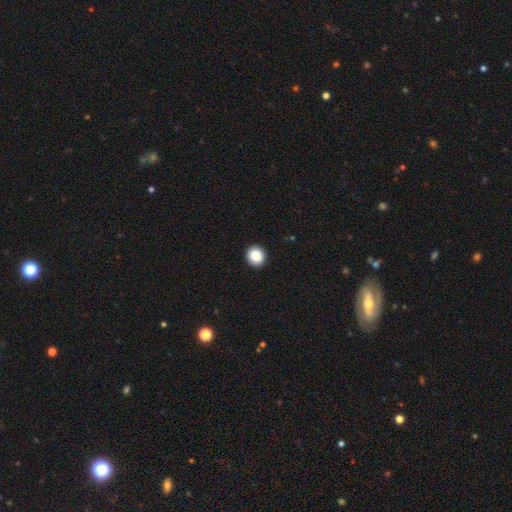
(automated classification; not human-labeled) smooth 87%, star or artifact 9%, featured or disk 4%. Down the decision tree: how rounded — round (83%); merging — none (93%).